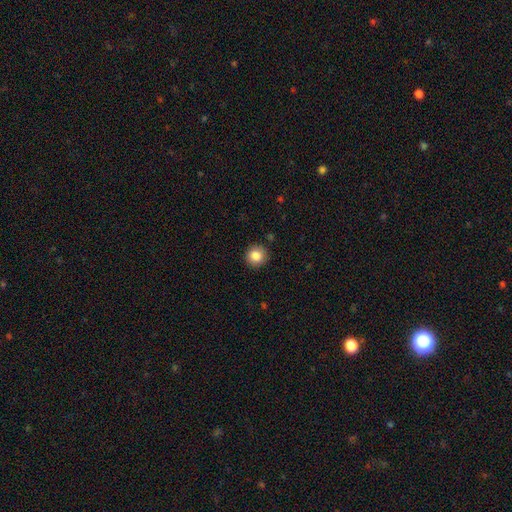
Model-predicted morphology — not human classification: Smooth or featured? Predicted: smooth (p=0.85). How rounded? Predicted: round (p=0.94). Merging? Predicted: none (p=0.91).